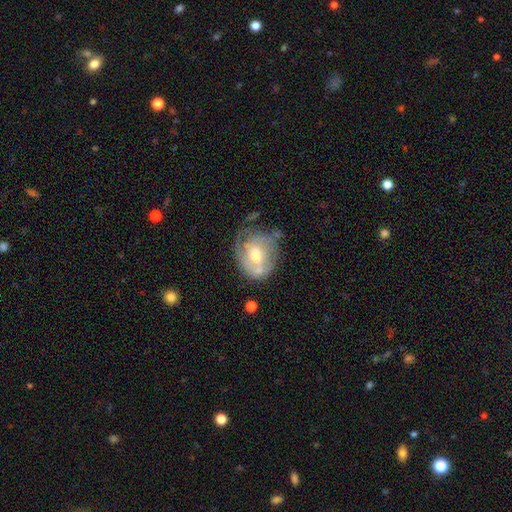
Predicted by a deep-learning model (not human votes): featured or disk 69%, smooth 24%, star or artifact 7%. Down the decision tree: edge-on disk — no (97%); bar — no (60%); spiral arms — yes (74%); bulge size — moderate (65%); merging — none (47%).